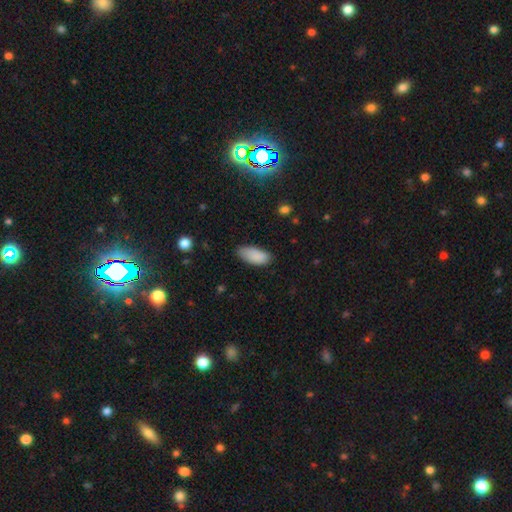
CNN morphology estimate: Smooth or featured? smooth (88%)
How rounded? in between (88%)
Merging? none (73%)